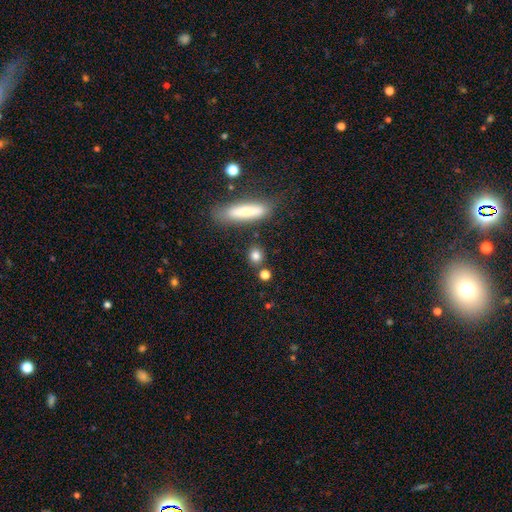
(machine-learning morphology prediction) The model was most divided on "how rounded": round: 60%, in between: 28%, cigar-shaped: 12%. More confident: smooth or featured — smooth (81%); merging — none (79%).